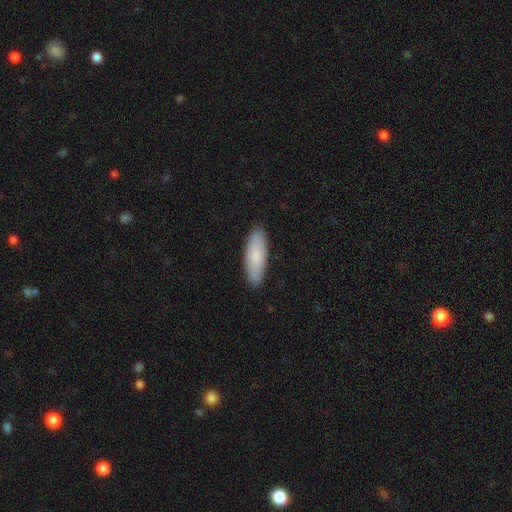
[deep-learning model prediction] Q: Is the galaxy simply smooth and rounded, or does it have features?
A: smooth — 83%.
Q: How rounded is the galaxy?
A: in between — 56%.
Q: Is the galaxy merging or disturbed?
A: none — 89%.